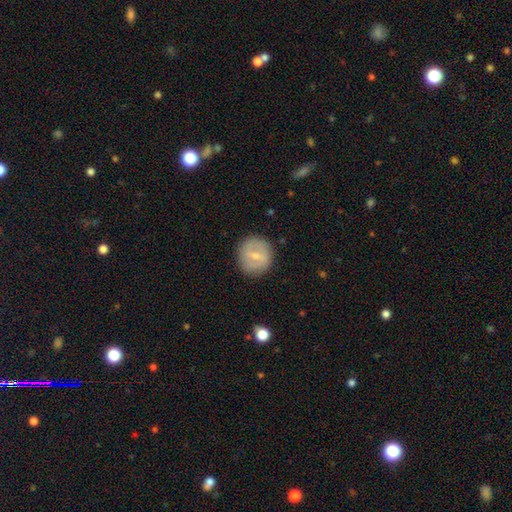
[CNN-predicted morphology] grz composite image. It shows a smooth galaxy with no disk features (47%). Merging: none (85%).